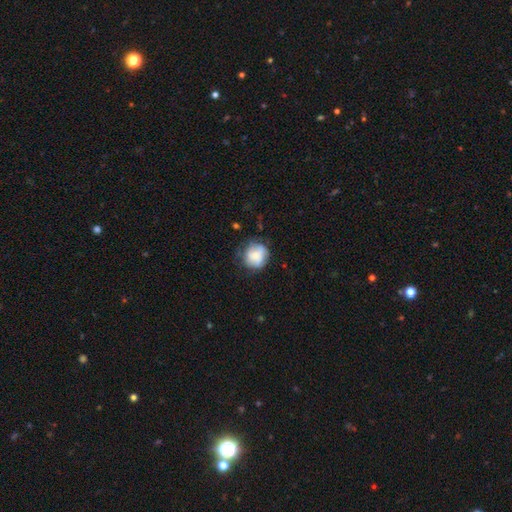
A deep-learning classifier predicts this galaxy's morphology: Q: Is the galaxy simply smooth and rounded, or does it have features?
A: smooth — 64%.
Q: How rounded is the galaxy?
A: round — 80%.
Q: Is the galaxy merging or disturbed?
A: none — 57%.